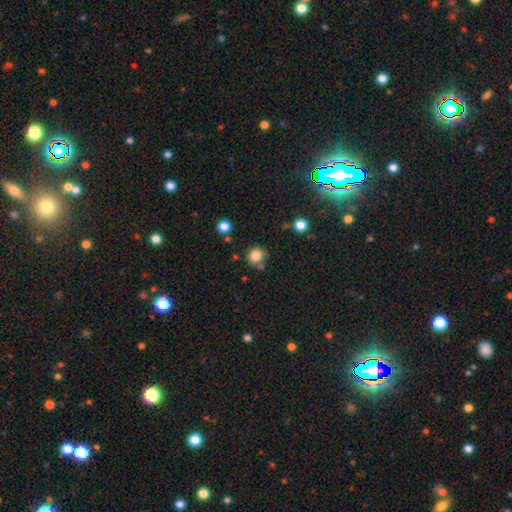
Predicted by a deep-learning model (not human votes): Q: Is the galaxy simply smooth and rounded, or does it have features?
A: smooth — 83%.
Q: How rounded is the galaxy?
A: round — 88%.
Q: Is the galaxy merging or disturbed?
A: none — 76%.